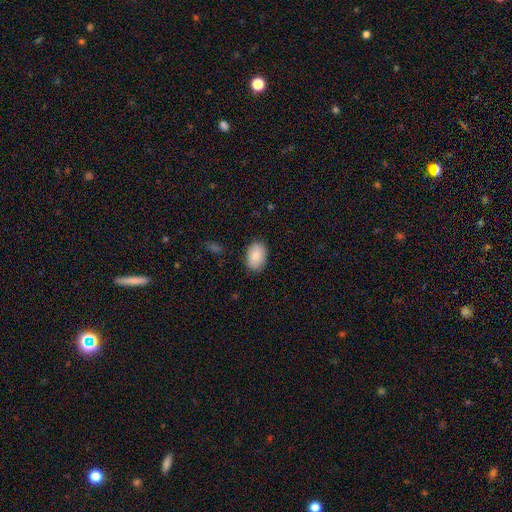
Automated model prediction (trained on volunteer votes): This is clearly a smooth galaxy (85%). How rounded: clearly in between (86%). Merging: clearly none (87%).